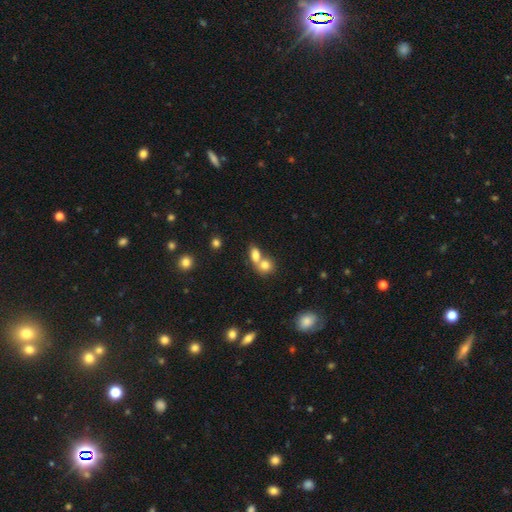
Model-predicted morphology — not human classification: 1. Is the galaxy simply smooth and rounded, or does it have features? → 78% smooth, 12% featured or disk, 10% star or artifact.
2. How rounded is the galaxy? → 63% in between, 34% round, 3% cigar-shaped.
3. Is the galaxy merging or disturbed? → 64% merger, 26% none, 6% minor disturbance, 3% major disturbance.